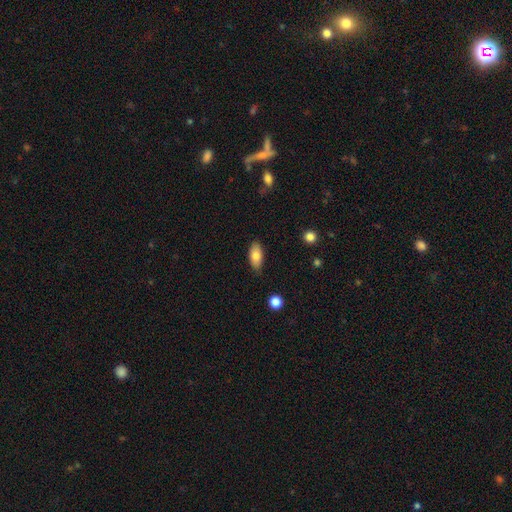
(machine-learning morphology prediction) A smooth galaxy with no disk features (81%) that is in between round and cigar-shaped (89%).

Vote fractions:
- Smooth or featured? smooth: 81% / featured or disk: 12% / star or artifact: 7%
- How rounded? in between: 89% / cigar-shaped: 8% / round: 3%
- Merging? none: 83% / minor disturbance: 13% / major disturbance: 2% / merger: 1%